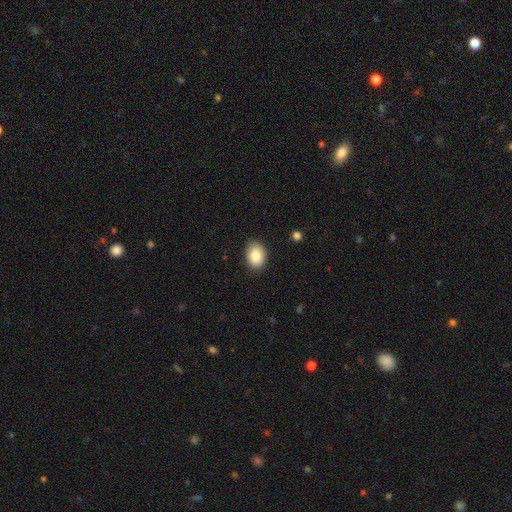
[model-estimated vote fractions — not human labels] Overall: smooth (87%). How rounded: in between (71%). Merging: none (85%).